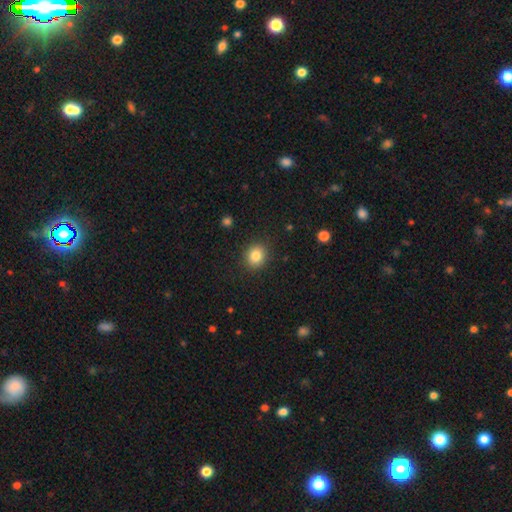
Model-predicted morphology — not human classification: Q: Smooth or featured?
A: smooth (84%); runner-up: star or artifact (10%)
Q: How rounded?
A: round (74%); runner-up: in between (25%)
Q: Merging?
A: none (89%); runner-up: minor disturbance (7%)